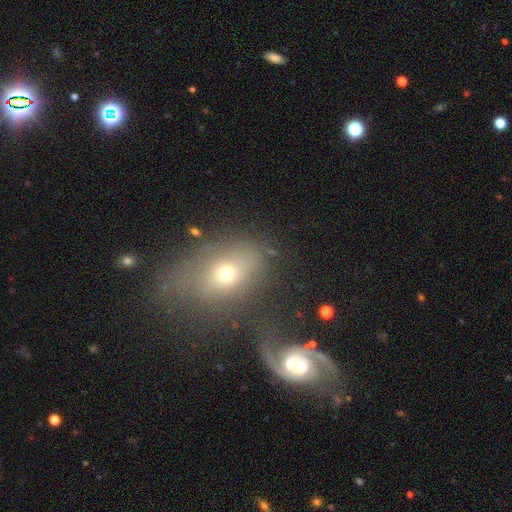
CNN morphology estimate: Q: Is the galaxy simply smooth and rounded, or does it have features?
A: smooth — 50%.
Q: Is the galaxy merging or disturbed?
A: none — 48%.